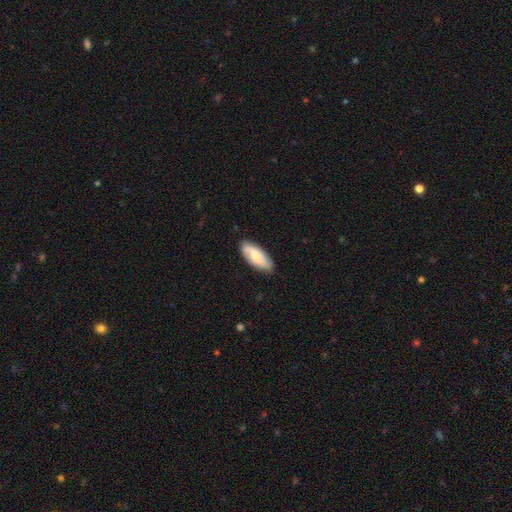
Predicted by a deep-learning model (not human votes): Smooth or featured?
  - smooth: 61% *
  - featured or disk: 33%
  - star or artifact: 6%
How rounded?
  - in between: 81% *
  - cigar-shaped: 17%
  - round: 2%
Merging?
  - none: 84% *
  - minor disturbance: 13%
  - major disturbance: 2%
  - merger: 1%